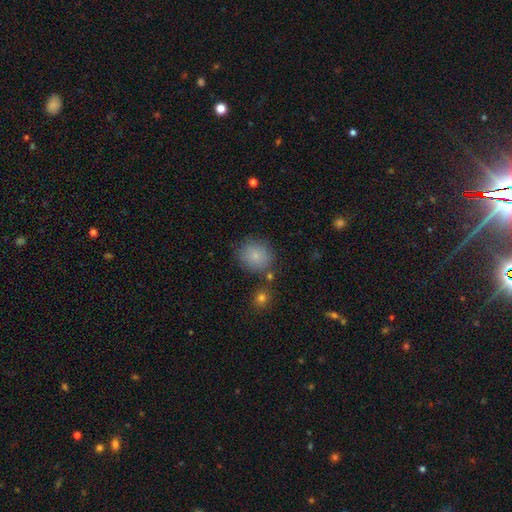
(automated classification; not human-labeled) smooth-or-featured: smooth: 83% | star or artifact: 10% | featured or disk: 7%
  how-rounded: round: 82% | in between: 17% | cigar-shaped: 1%
  merging: none: 79% | minor disturbance: 11% | merger: 6% | major disturbance: 3%